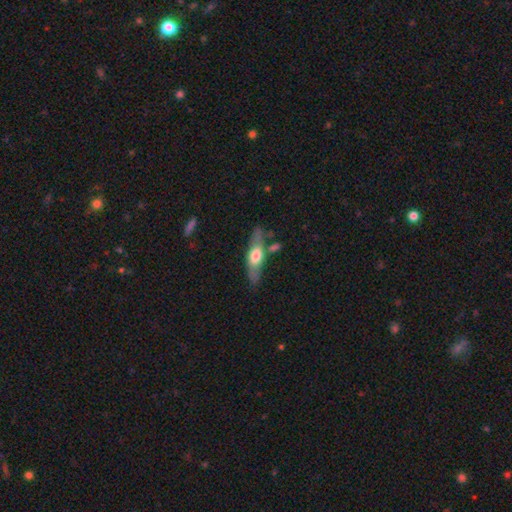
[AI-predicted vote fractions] A featured or disk galaxy (48%). Merging: none (68%).